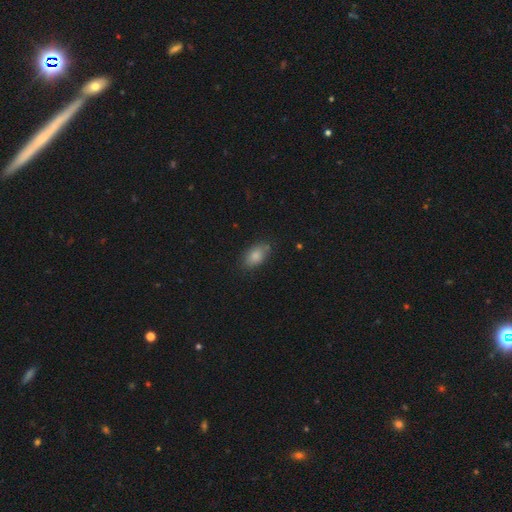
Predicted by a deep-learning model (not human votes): This is clearly a smooth galaxy (83%). How rounded: clearly in between (88%). Merging: likely none (75%).